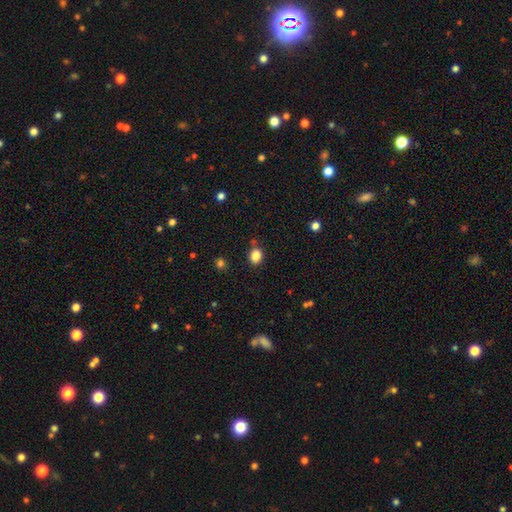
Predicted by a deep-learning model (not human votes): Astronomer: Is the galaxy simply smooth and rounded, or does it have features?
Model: smooth — 85%.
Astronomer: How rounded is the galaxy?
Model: round — 50% (runner-up: in between, 49%).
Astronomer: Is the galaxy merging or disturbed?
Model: none — 79%.